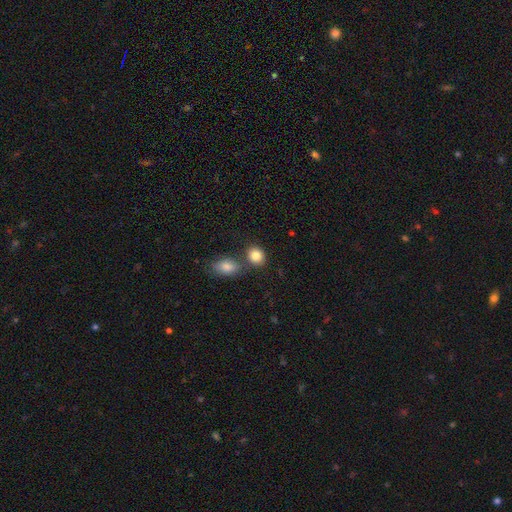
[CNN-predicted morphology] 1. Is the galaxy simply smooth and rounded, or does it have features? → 85% smooth, 9% star or artifact, 6% featured or disk.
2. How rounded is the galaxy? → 59% round, 40% in between, 1% cigar-shaped.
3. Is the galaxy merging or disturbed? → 63% none, 23% merger, 11% minor disturbance, 3% major disturbance.